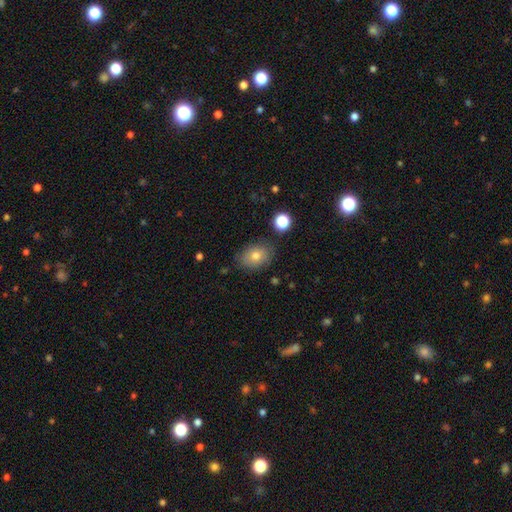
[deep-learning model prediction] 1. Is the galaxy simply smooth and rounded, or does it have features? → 75% smooth, 14% featured or disk, 11% star or artifact.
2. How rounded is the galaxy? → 64% in between, 35% round, 1% cigar-shaped.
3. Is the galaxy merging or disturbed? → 81% none, 13% minor disturbance, 3% major disturbance, 3% merger.